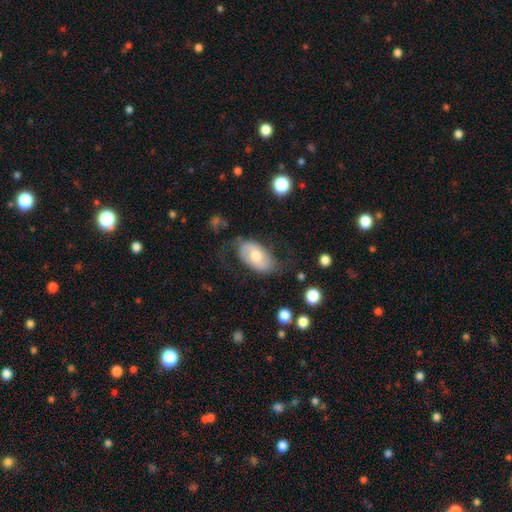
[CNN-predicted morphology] Smooth or featured?
  - smooth: 48% *
  - featured or disk: 46%
  - star or artifact: 6%
Merging?
  - none: 58% *
  - minor disturbance: 24%
  - major disturbance: 15%
  - merger: 2%